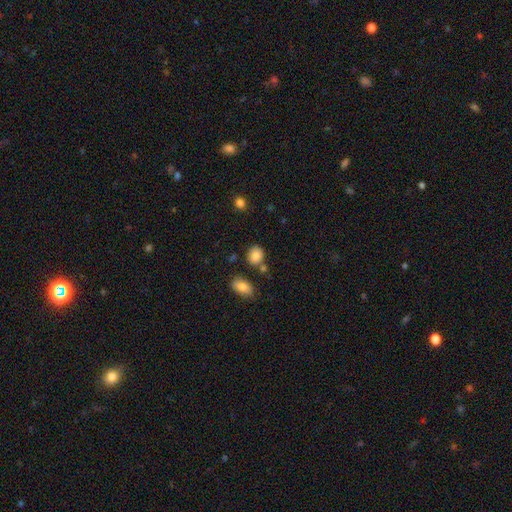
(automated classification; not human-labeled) smooth 85%, star or artifact 9%, featured or disk 6%. Down the decision tree: how rounded — round (64%); merging — none (73%).